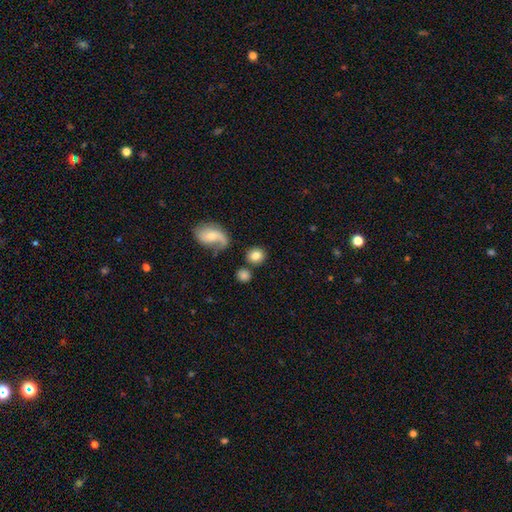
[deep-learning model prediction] The model was most divided on "how rounded": round: 80%, in between: 18%, cigar-shaped: 1%. More confident: smooth or featured — smooth (79%); merging — none (77%).